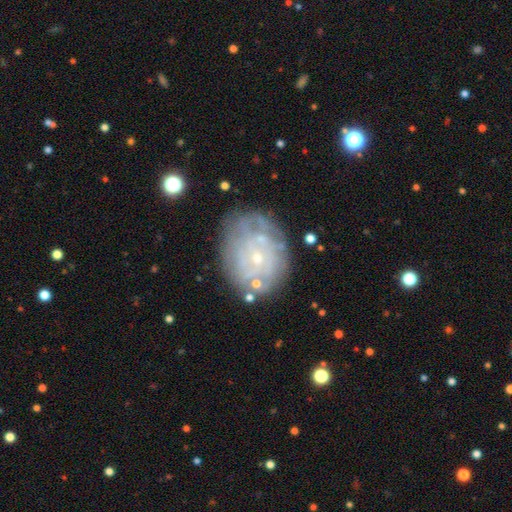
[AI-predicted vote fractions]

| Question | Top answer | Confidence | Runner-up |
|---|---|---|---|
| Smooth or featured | featured or disk | 72% | smooth (18%) |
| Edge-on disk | no | 96% | yes (4%) |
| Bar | no | 82% | weak (15%) |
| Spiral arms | yes | 78% | no (22%) |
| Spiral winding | tight | 77% | medium (16%) |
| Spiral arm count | can't tell | 57% | 4 (11%) |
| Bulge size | small | 83% | moderate (12%) |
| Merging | none | 73% | minor disturbance (17%) |